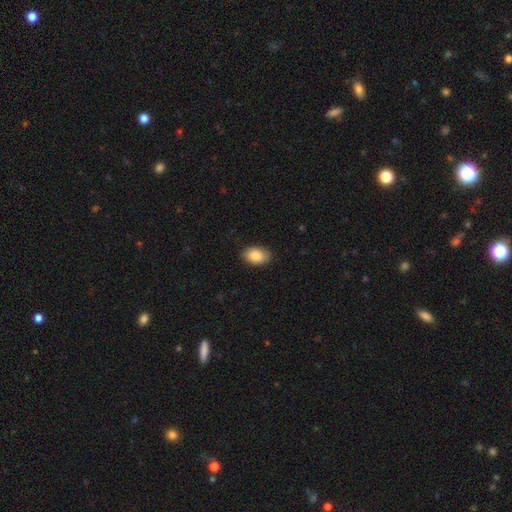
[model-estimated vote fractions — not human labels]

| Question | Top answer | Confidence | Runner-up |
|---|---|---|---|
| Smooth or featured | smooth | 88% | star or artifact (7%) |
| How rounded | in between | 89% | round (10%) |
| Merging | none | 86% | minor disturbance (11%) |